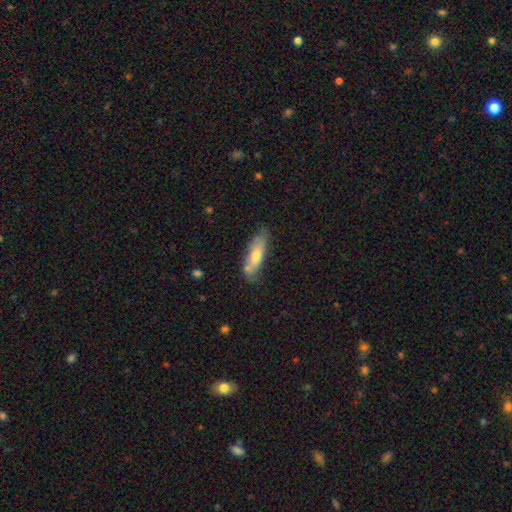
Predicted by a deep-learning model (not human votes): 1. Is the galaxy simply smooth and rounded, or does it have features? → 62% smooth, 31% featured or disk, 7% star or artifact.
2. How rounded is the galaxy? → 54% cigar-shaped, 44% in between, 2% round.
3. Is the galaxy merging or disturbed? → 67% none, 21% minor disturbance, 9% merger, 4% major disturbance.